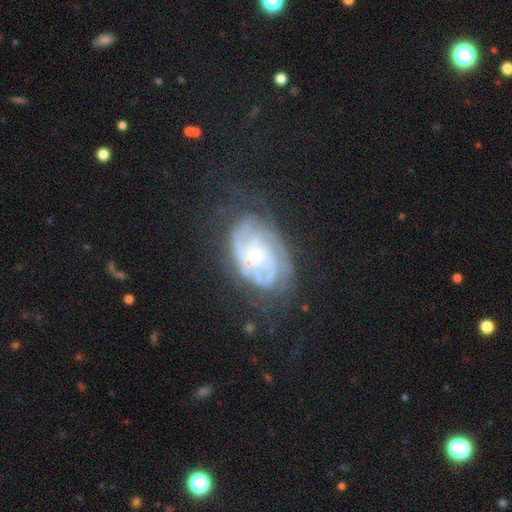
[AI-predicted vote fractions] This appears to be a featured or disk galaxy (80%) with no bar (72%), tight (59%) spiral arms (88%) and a small central bulge (56%). Merging: none (60%).